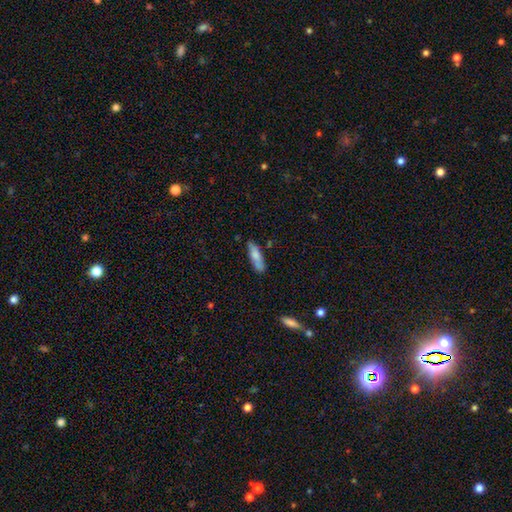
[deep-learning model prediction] This appears to be a smooth galaxy with no disk features (78%) that is cigar-shaped (62%). Merging: none (73%).